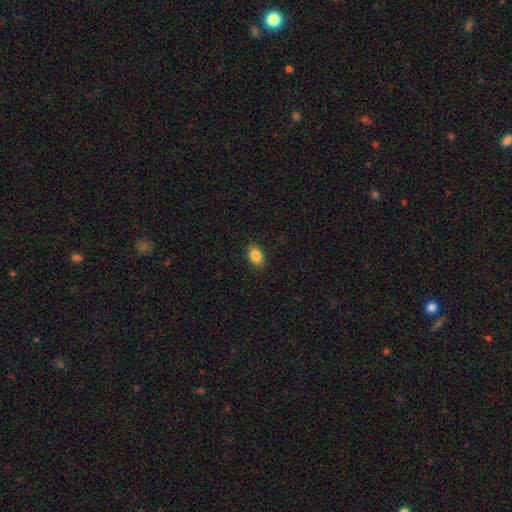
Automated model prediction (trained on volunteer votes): smooth_or_featured: smooth (p=0.86) [alt: star or artifact p=0.08]
how_rounded: in between (p=0.88) [alt: round p=0.11]
merging: none (p=0.88) [alt: minor disturbance p=0.09]